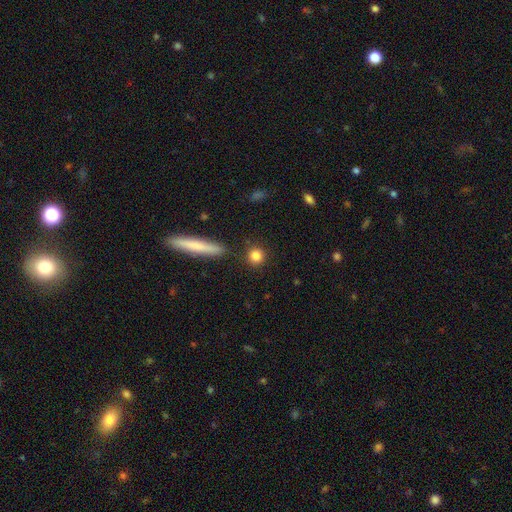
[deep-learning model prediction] This appears to be a smooth galaxy with no disk features (84%) that is round (88%). Merging: none (88%).